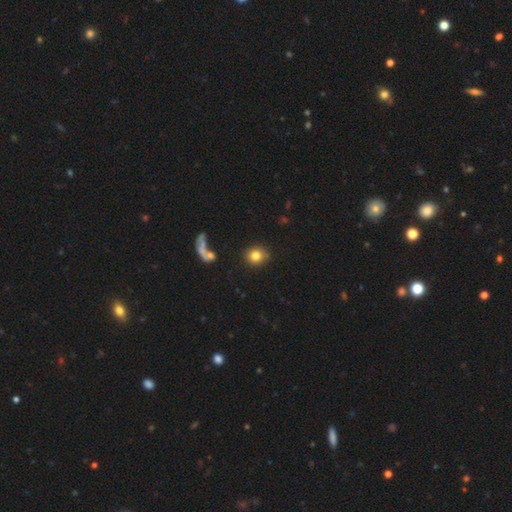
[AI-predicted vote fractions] The model was most divided on "smooth or featured": smooth: 82%, star or artifact: 11%, featured or disk: 8%. More confident: how rounded — round (87%); merging — none (86%).